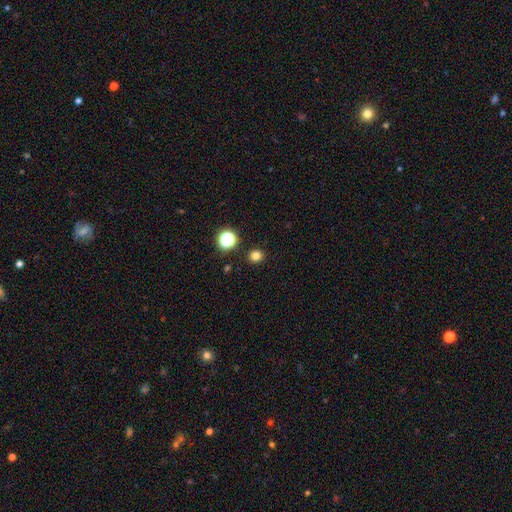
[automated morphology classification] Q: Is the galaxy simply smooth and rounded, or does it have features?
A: smooth — 80%.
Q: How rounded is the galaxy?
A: round — 85%.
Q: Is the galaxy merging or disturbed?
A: none — 91%.